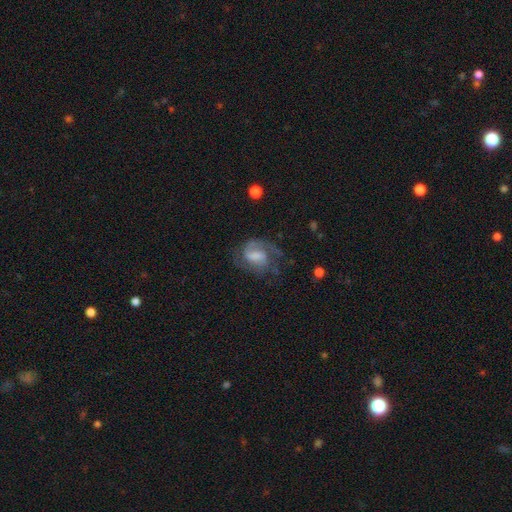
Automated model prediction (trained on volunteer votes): smooth_or_featured: featured or disk (p=0.70) [alt: smooth p=0.23]
disk_edge_on: no (p=0.97) [alt: yes p=0.03]
bar: weak (p=0.50) [alt: no p=0.26]
has_spiral_arms: yes (p=0.90) [alt: no p=0.10]
spiral_winding: medium (p=0.49) [alt: tight p=0.28]
spiral_arm_count: 2 (p=0.61) [alt: 1 p=0.19]
bulge_size: none (p=0.29) [alt: moderate p=0.27]
merging: none (p=0.51) [alt: major disturbance p=0.24]